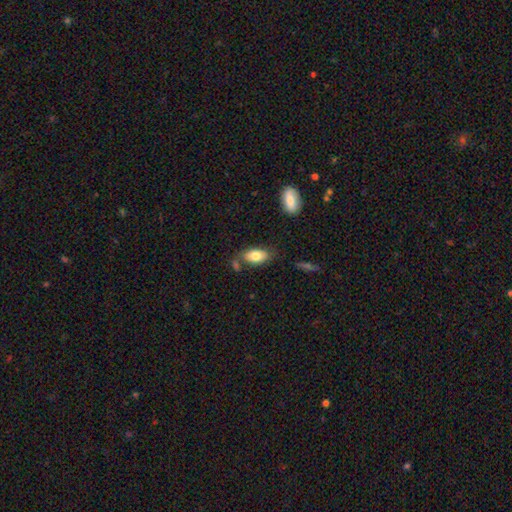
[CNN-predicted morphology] Smooth or featured? smooth (78%)
How rounded? in between (92%)
Merging? none (68%)